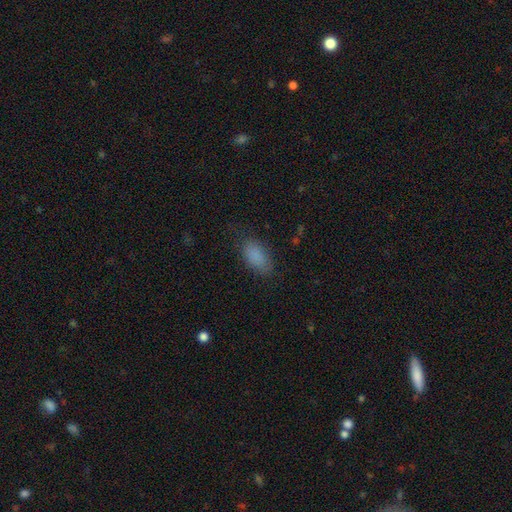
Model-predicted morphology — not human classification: Q: Smooth or featured?
A: smooth (86%); runner-up: star or artifact (9%)
Q: How rounded?
A: in between (92%); runner-up: round (4%)
Q: Merging?
A: none (77%); runner-up: minor disturbance (16%)